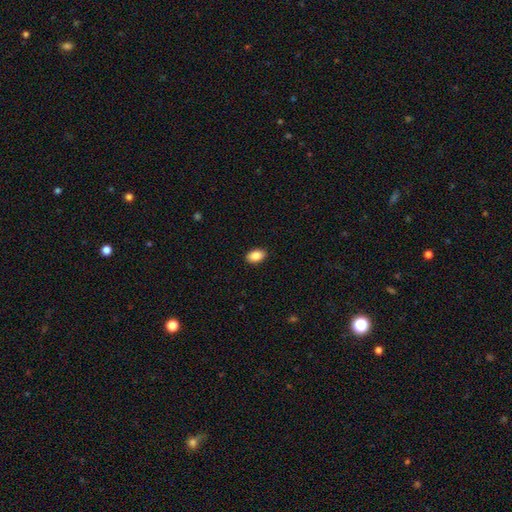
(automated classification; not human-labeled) smooth-or-featured: smooth: 87% | star or artifact: 7% | featured or disk: 5%
  how-rounded: in between: 90% | round: 8% | cigar-shaped: 2%
  merging: none: 90% | minor disturbance: 7% | major disturbance: 2% | merger: 1%